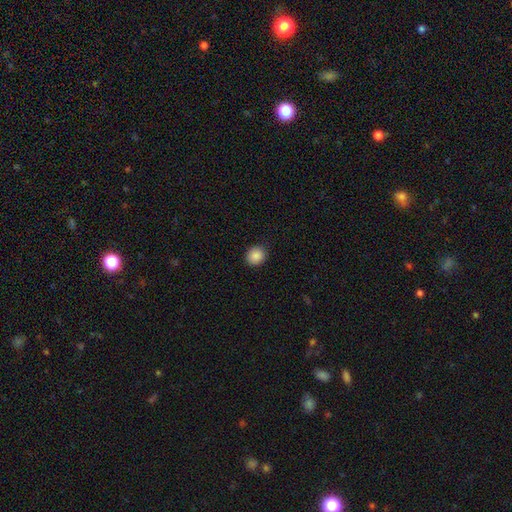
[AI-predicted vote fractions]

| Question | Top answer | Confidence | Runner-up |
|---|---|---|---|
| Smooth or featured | smooth | 88% | star or artifact (9%) |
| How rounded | round | 76% | in between (23%) |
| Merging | none | 90% | minor disturbance (7%) |